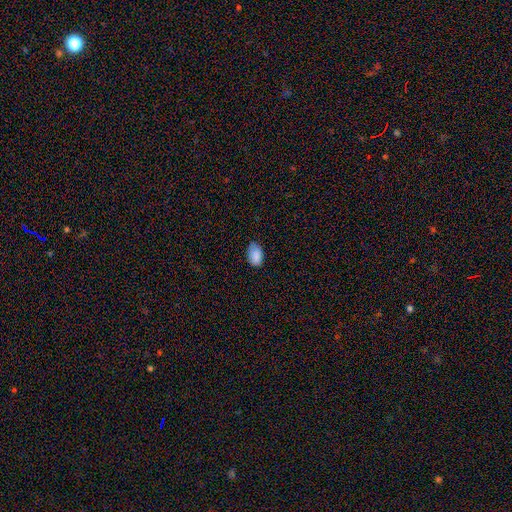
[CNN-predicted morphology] type=smooth (88%); roundness=in between (91%); merging=none (67%).